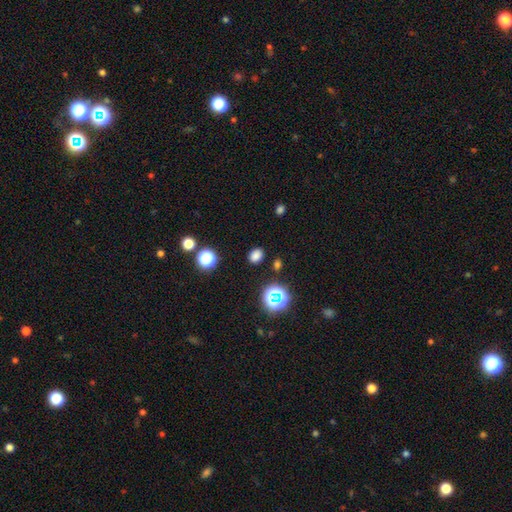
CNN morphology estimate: Smooth or featured?
  - smooth: 77% *
  - star or artifact: 19%
  - featured or disk: 5%
How rounded?
  - in between: 60% *
  - round: 39%
  - cigar-shaped: 1%
Merging?
  - none: 87% *
  - minor disturbance: 8%
  - major disturbance: 3%
  - merger: 2%